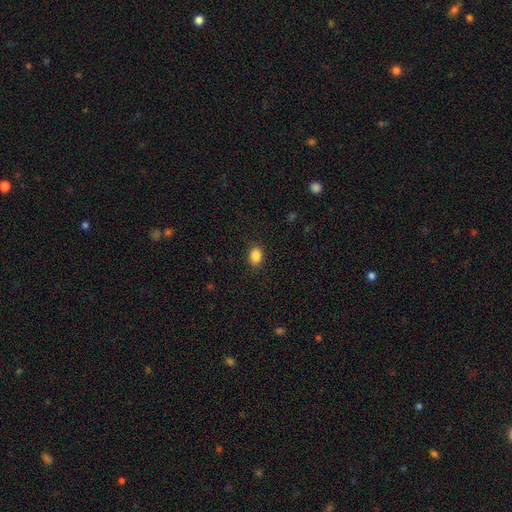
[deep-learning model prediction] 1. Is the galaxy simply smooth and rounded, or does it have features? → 87% smooth, 9% star or artifact, 3% featured or disk.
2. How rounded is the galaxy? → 73% in between, 26% round, 1% cigar-shaped.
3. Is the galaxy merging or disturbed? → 88% none, 9% minor disturbance, 2% major disturbance, 1% merger.